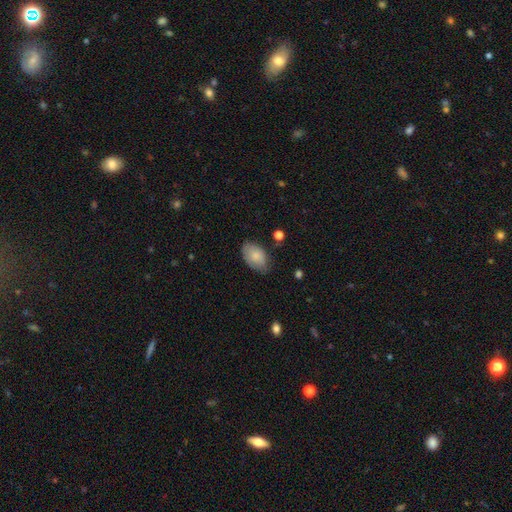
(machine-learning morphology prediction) Q: Smooth or featured?
A: smooth (82%); runner-up: featured or disk (11%)
Q: How rounded?
A: in between (91%); runner-up: round (8%)
Q: Merging?
A: none (67%); runner-up: minor disturbance (26%)